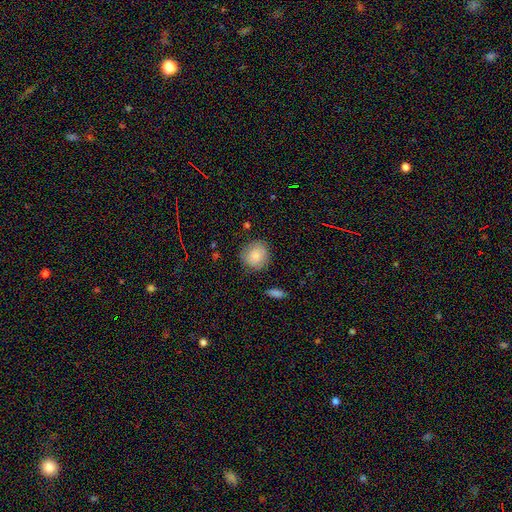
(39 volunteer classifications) Volunteers were most divided on "merging": none: 77%, minor disturbance: 20%, merger: 3%, major disturbance: 0%. More confident: how rounded — round (87%); smooth or featured — smooth (79%).